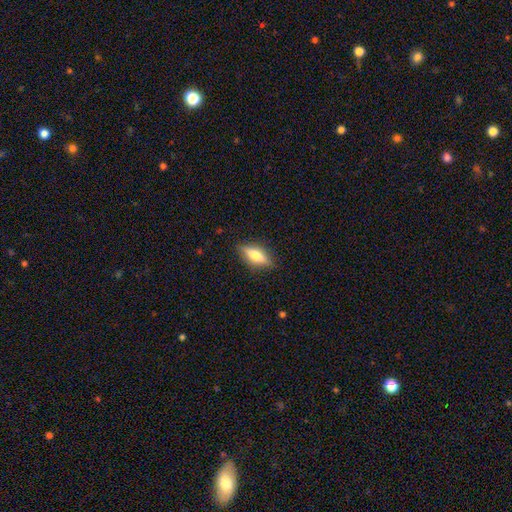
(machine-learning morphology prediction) Q: Smooth or featured?
A: smooth (50%); runner-up: featured or disk (43%)
Q: Merging?
A: none (86%); runner-up: minor disturbance (11%)